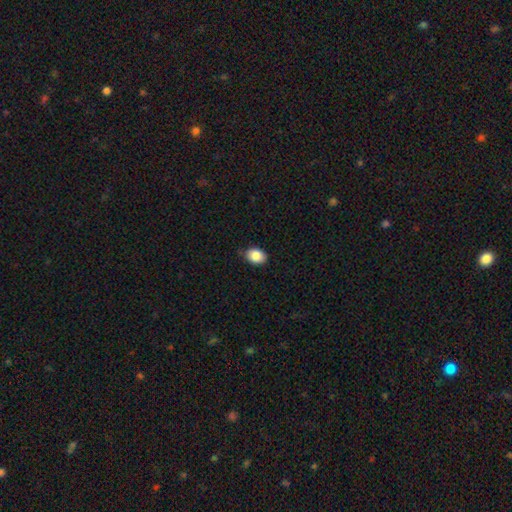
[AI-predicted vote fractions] smooth 86%, star or artifact 8%, featured or disk 5%. Down the decision tree: how rounded — in between (70%); merging — none (79%).